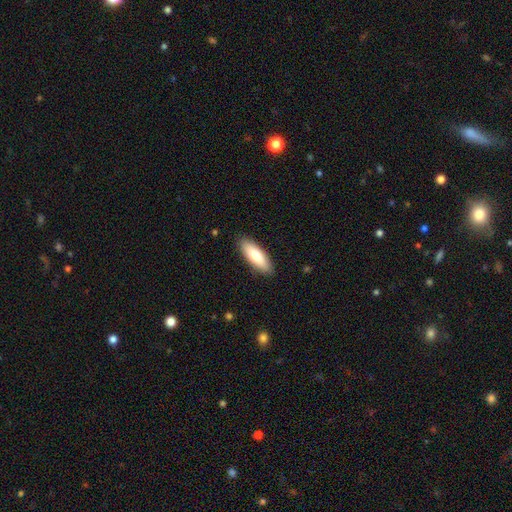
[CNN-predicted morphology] smooth_or_featured: smooth (p=0.80) [alt: featured or disk p=0.15]
how_rounded: in between (p=0.62) [alt: cigar-shaped p=0.36]
merging: none (p=0.89) [alt: minor disturbance p=0.08]